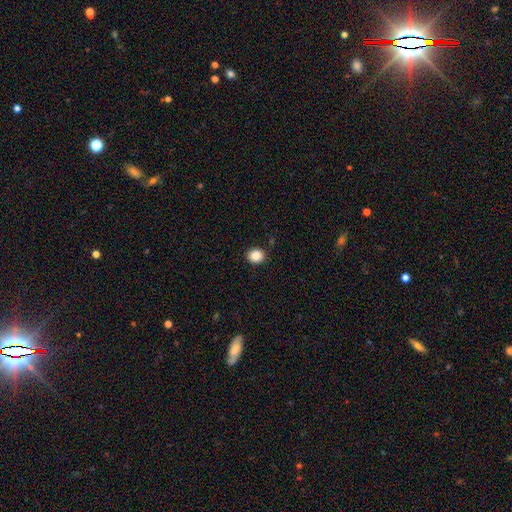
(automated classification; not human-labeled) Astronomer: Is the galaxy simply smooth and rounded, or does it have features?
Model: smooth — 88%.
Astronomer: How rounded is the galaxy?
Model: round — 79%.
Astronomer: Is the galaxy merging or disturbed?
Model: none — 90%.